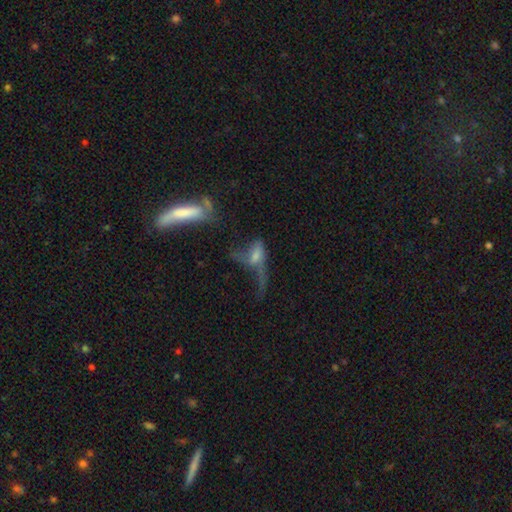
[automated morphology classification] A featured or disk galaxy (49%). Merging: major disturbance (41%).